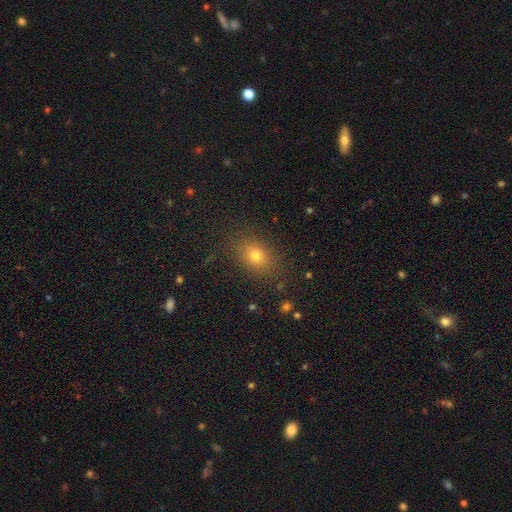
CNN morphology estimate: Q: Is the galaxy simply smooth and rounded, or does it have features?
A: smooth — 73%.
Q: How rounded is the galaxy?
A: in between — 64%.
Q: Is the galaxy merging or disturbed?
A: none — 84%.